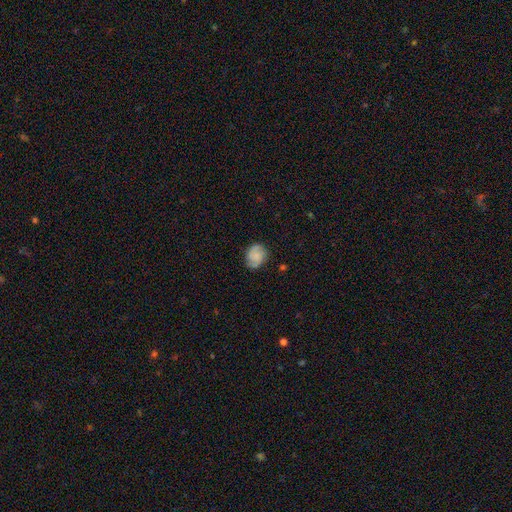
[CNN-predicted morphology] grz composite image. It shows a smooth galaxy with no disk features (55%) that is round (50%). Merging: none (74%).